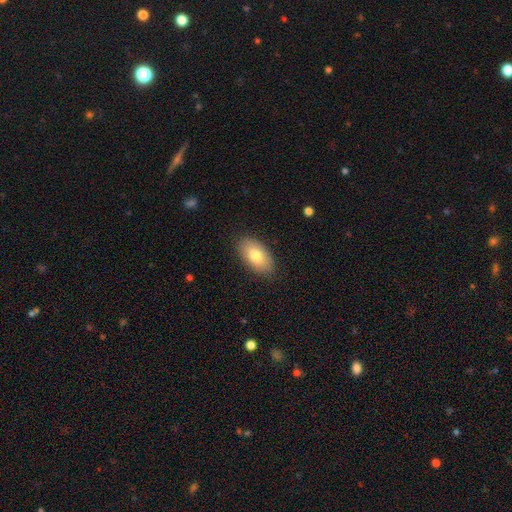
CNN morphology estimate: Smooth or featured: smooth — 79% (featured or disk — 15%)
How rounded: in between — 94% (round — 4%)
Merging: none — 86% (minor disturbance — 10%)